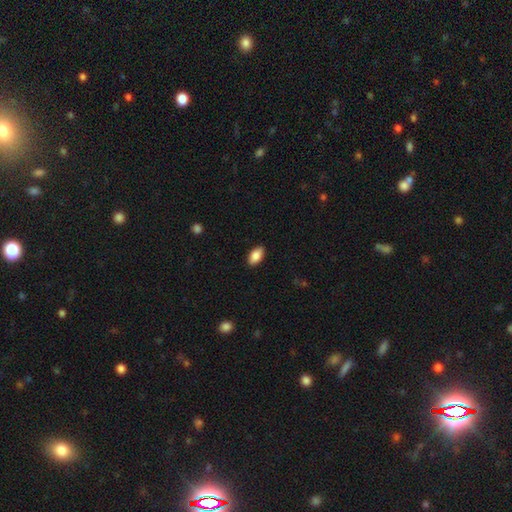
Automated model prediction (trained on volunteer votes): Smooth or featured? smooth (87%)
How rounded? in between (93%)
Merging? none (89%)